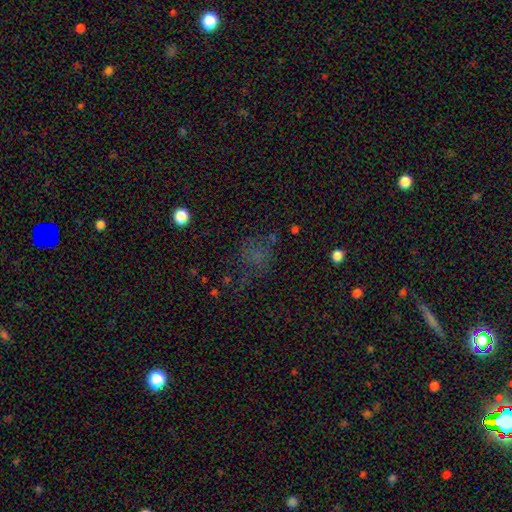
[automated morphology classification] Smooth or featured?
  - smooth: 48% *
  - star or artifact: 32%
  - featured or disk: 20%
Merging?
  - none: 51% *
  - major disturbance: 25%
  - minor disturbance: 20%
  - merger: 5%